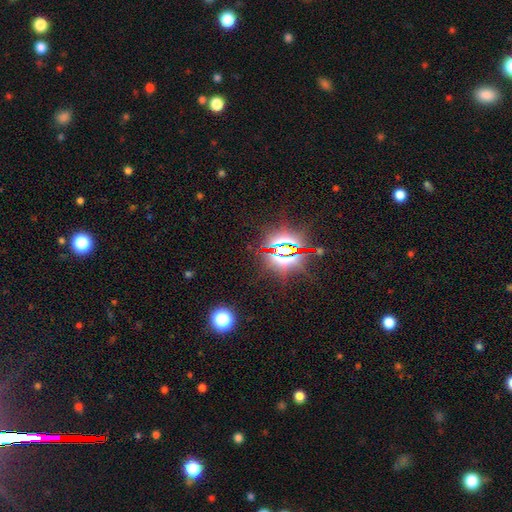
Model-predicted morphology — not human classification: smooth-or-featured: star or artifact: 81% | smooth: 12% | featured or disk: 7%